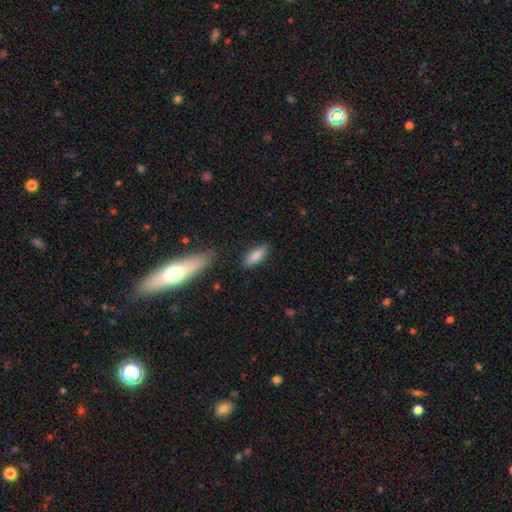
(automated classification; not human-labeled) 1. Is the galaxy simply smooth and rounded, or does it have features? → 84% smooth, 10% featured or disk, 7% star or artifact.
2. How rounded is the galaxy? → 65% in between, 33% cigar-shaped, 2% round.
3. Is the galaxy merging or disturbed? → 81% none, 13% minor disturbance, 3% major disturbance, 3% merger.